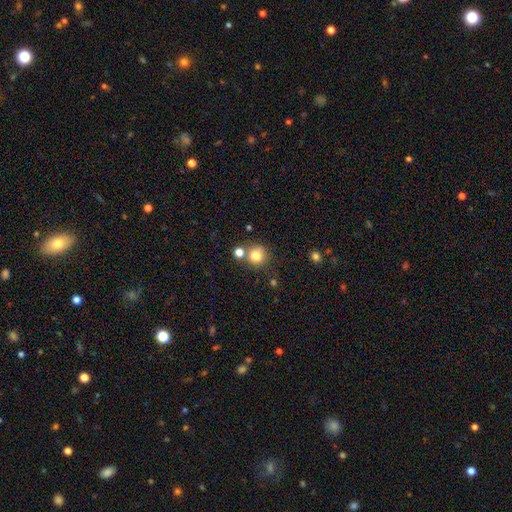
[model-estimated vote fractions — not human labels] Q: Smooth or featured?
A: smooth (80%); runner-up: star or artifact (12%)
Q: How rounded?
A: round (91%); runner-up: in between (8%)
Q: Merging?
A: none (69%); runner-up: merger (17%)